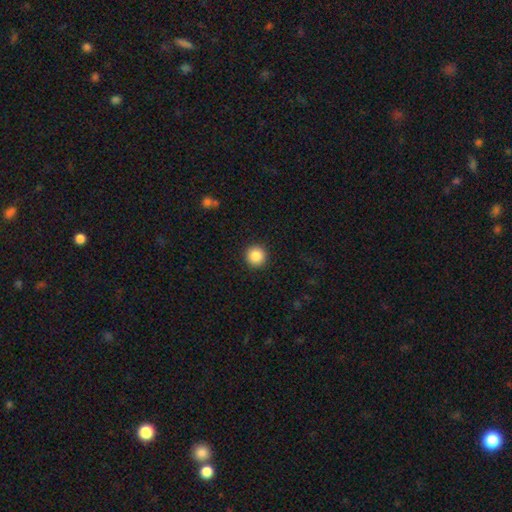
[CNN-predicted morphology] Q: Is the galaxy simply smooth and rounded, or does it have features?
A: smooth — 87%.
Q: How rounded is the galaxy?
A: round — 96%.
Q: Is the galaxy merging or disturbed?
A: none — 93%.